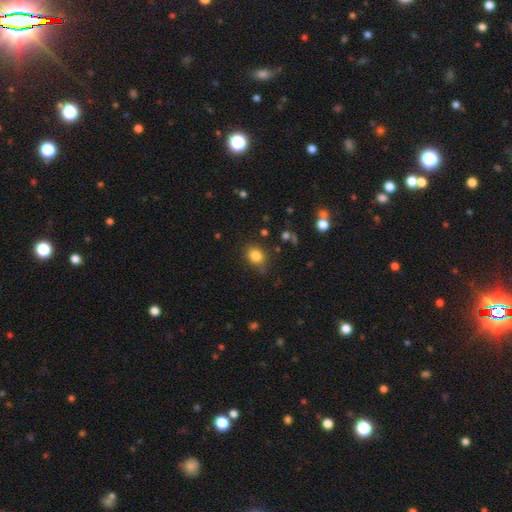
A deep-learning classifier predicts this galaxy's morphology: The model was most divided on "how rounded": round: 58%, in between: 41%, cigar-shaped: 1%. More confident: smooth or featured — smooth (83%); merging — none (77%).